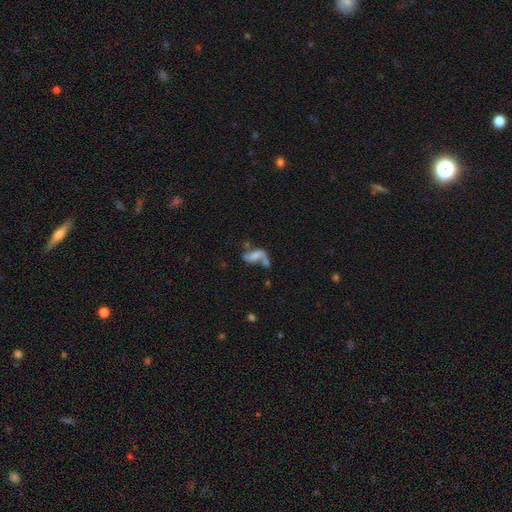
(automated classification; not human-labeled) This appears to be a featured or disk galaxy (54%) with no bar (54%), spiral arms (69%) and no central bulge (50%). Merging: merger (34%).